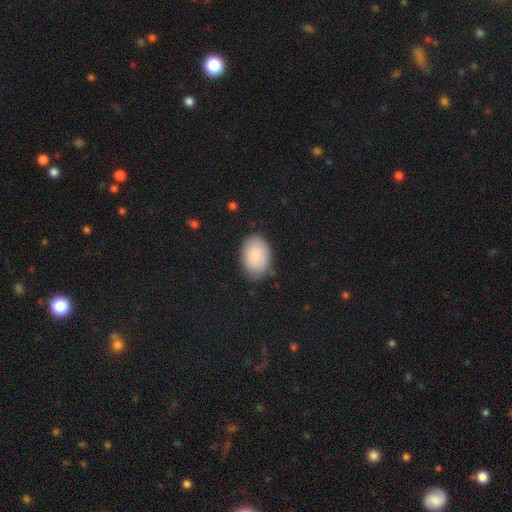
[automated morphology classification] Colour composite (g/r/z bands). It shows a smooth galaxy with no disk features (84%) that is in between round and cigar-shaped (85%). Merging: none (79%).